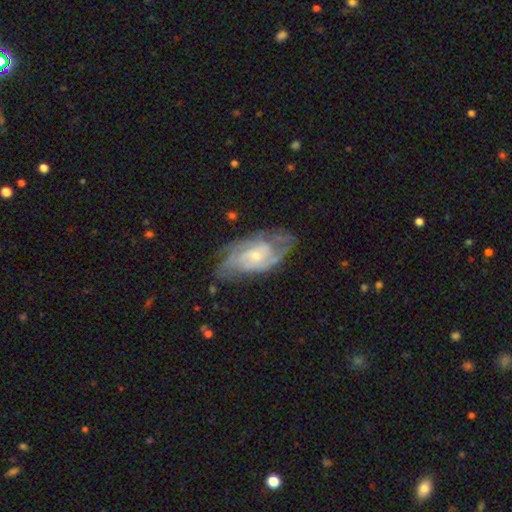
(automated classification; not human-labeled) smooth-or-featured: featured or disk: 82% | smooth: 12% | star or artifact: 5%
  disk-edge-on: no: 95% | yes: 5%
    bar: no: 66% | weak: 29% | strong: 6%
    has-spiral-arms: yes: 92% | no: 8%
      spiral-winding: tight: 49% | medium: 40% | loose: 12%
      spiral-arm-count: 2: 36% | can't tell: 33% | 3: 16% | 4: 7% | 1: 4% | more than 4: 4%
    bulge-size: small: 65% | moderate: 30% | none: 2% | large: 2% | dominant: 1%
  merging: none: 64% | minor disturbance: 23% | major disturbance: 12% | merger: 2%